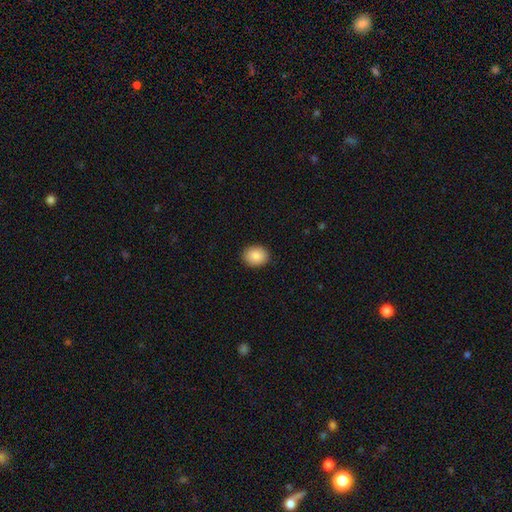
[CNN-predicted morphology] smooth 87%, star or artifact 8%, featured or disk 5%. Down the decision tree: how rounded — round (57%); merging — none (91%).